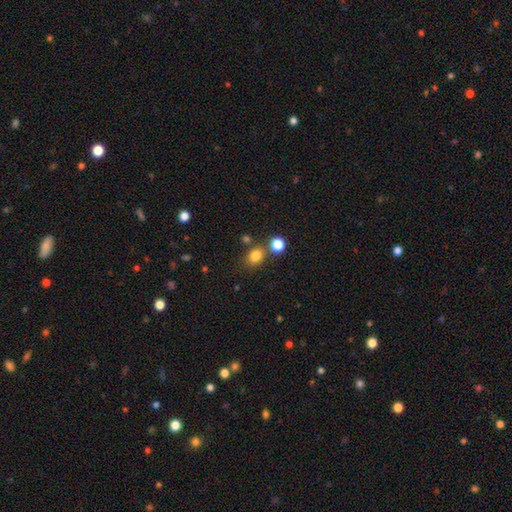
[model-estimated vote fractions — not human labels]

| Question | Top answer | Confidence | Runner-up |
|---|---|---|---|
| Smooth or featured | smooth | 81% | star or artifact (14%) |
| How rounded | round | 60% | in between (39%) |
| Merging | none | 69% | merger (15%) |